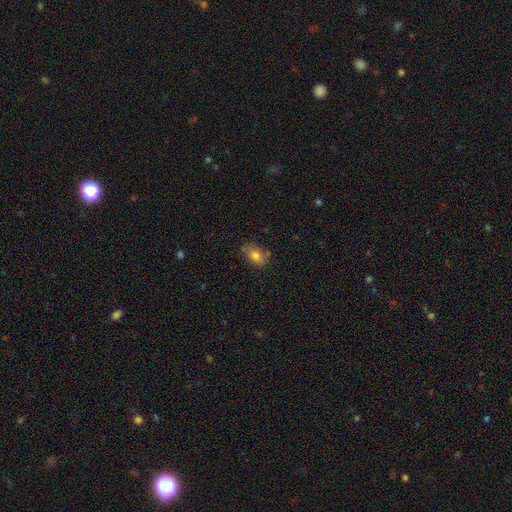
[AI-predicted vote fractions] Q: Smooth or featured?
A: smooth (79%); runner-up: featured or disk (11%)
Q: How rounded?
A: in between (81%); runner-up: round (17%)
Q: Merging?
A: none (72%); runner-up: minor disturbance (20%)